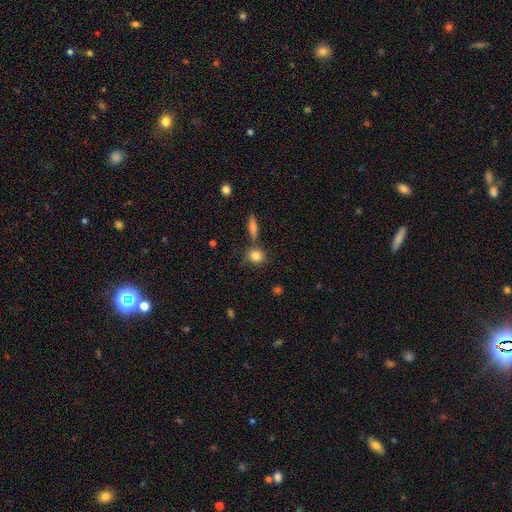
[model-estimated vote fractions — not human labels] smooth_or_featured: smooth (p=0.83) [alt: star or artifact p=0.09]
how_rounded: round (p=0.76) [alt: in between p=0.21]
merging: none (p=0.68) [alt: merger p=0.16]